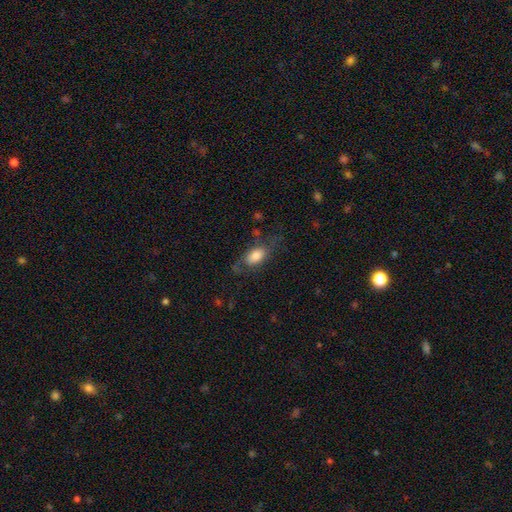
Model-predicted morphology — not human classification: A smooth galaxy with no disk features (71%) that is in between round and cigar-shaped (87%).

Vote fractions:
- Smooth or featured? smooth: 71% / featured or disk: 21% / star or artifact: 8%
- How rounded? in between: 87% / round: 6% / cigar-shaped: 6%
- Merging? none: 54% / minor disturbance: 24% / major disturbance: 19% / merger: 3%